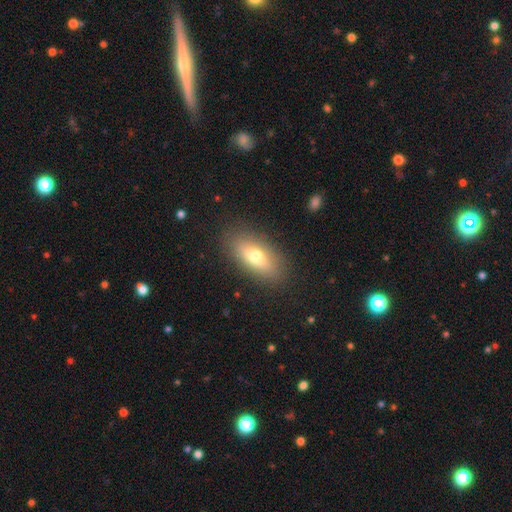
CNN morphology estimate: A smooth galaxy with no disk features (70%) that is in between round and cigar-shaped (80%).

Vote fractions:
- Smooth or featured? smooth: 70% / featured or disk: 21% / star or artifact: 9%
- How rounded? in between: 80% / cigar-shaped: 15% / round: 4%
- Merging? none: 86% / minor disturbance: 10% / major disturbance: 3% / merger: 1%